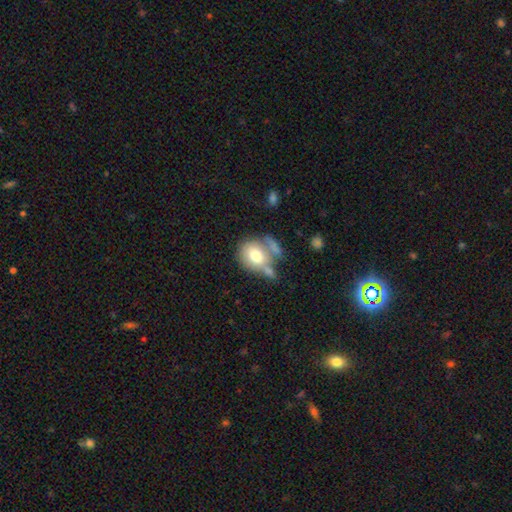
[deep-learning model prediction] Smooth or featured: smooth — 71% (featured or disk — 22%)
How rounded: round — 60% (in between — 39%)
Merging: none — 40% (merger — 31%)